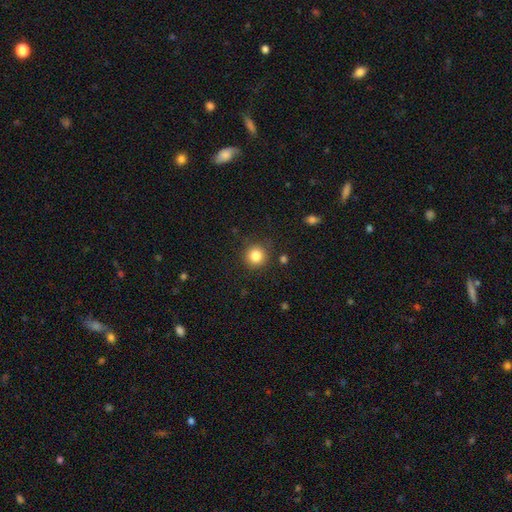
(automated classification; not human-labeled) Q: Smooth or featured?
A: smooth (84%); runner-up: star or artifact (11%)
Q: How rounded?
A: round (94%); runner-up: in between (5%)
Q: Merging?
A: none (88%); runner-up: minor disturbance (8%)